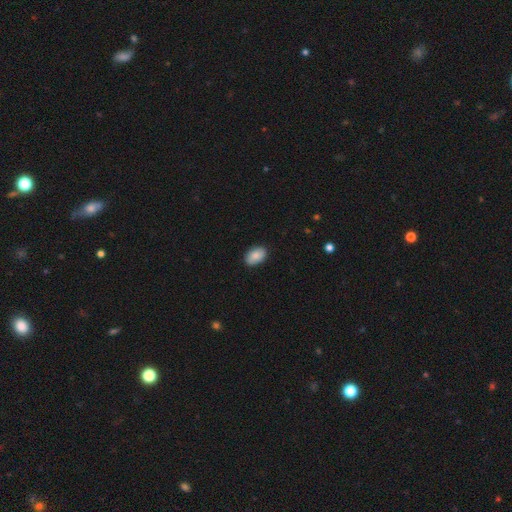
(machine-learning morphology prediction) Smooth or featured: smooth — 86% (featured or disk — 7%)
How rounded: in between — 90% (round — 9%)
Merging: none — 88% (minor disturbance — 9%)